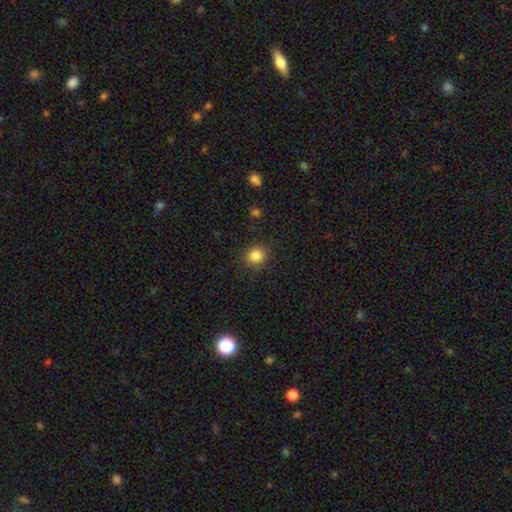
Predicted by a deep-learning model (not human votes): A smooth galaxy with no disk features (84%) that is round (90%). Merging: none (86%).